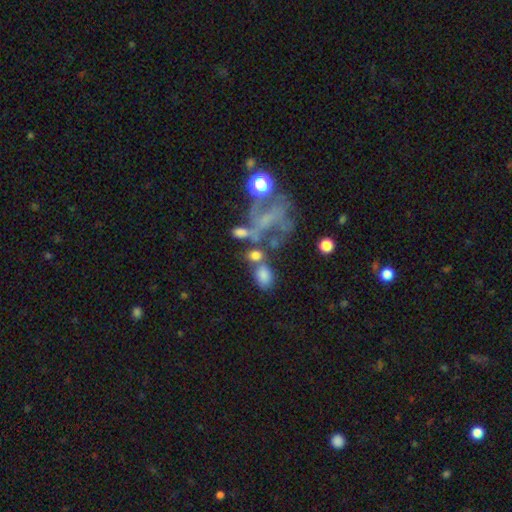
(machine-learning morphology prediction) Overall: smooth (58%; featured or disk 25%). How rounded: in between (67%; round 29%). Merging: none (35%; merger 33%).